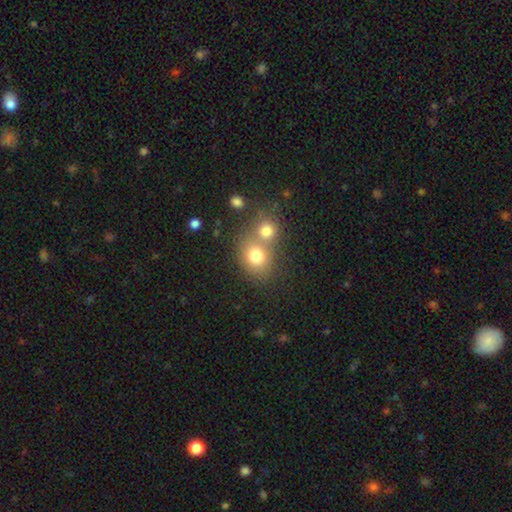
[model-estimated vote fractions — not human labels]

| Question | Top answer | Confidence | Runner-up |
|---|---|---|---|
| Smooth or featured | smooth | 77% | star or artifact (12%) |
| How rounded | round | 68% | in between (31%) |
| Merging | merger | 50% | none (39%) |